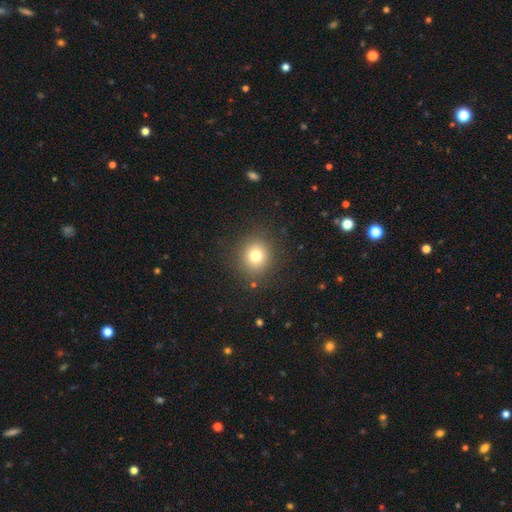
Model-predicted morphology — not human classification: smooth-or-featured: smooth: 76% | star or artifact: 15% | featured or disk: 9%
  how-rounded: round: 89% | in between: 10% | cigar-shaped: 1%
  merging: none: 89% | minor disturbance: 7% | major disturbance: 3% | merger: 1%